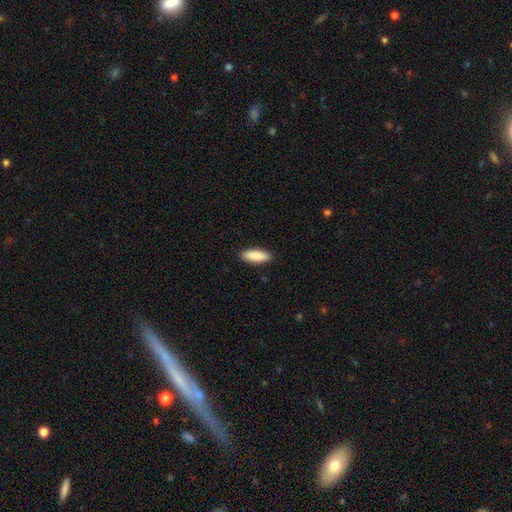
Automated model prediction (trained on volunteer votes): Smooth or featured: smooth — 88% (featured or disk — 6%)
How rounded: in between — 62% (cigar-shaped — 37%)
Merging: none — 90% (minor disturbance — 7%)